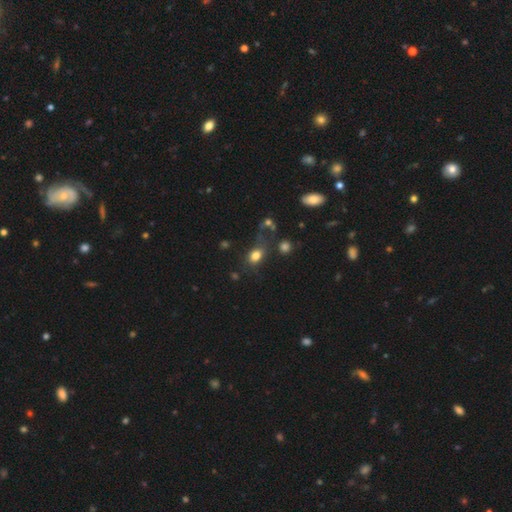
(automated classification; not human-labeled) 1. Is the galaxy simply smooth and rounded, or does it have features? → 80% smooth, 11% star or artifact, 9% featured or disk.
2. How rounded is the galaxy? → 74% in between, 24% round, 2% cigar-shaped.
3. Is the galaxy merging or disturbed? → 55% none, 19% minor disturbance, 15% major disturbance, 11% merger.